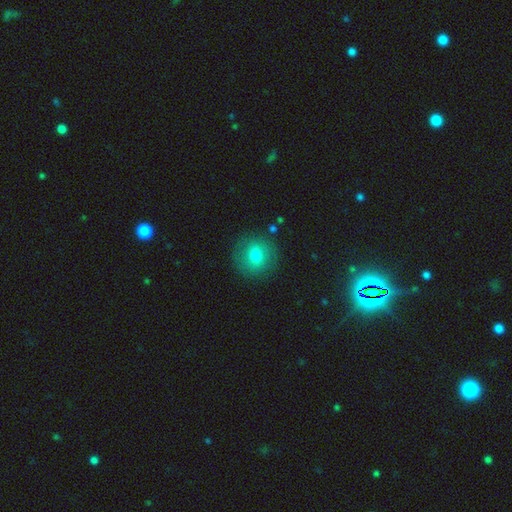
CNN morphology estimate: smooth 73%, featured or disk 18%, star or artifact 10%. Down the decision tree: how rounded — round (90%); merging — none (87%).